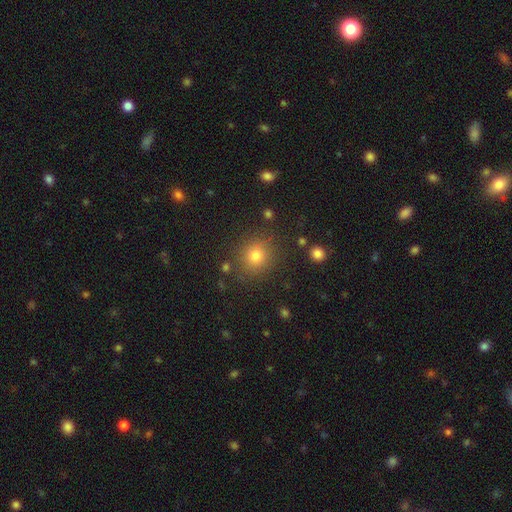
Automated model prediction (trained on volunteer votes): A smooth galaxy with no disk features (76%) that is round (86%).

Vote fractions:
- Smooth or featured? smooth: 76% / star or artifact: 16% / featured or disk: 7%
- How rounded? round: 86% / in between: 13% / cigar-shaped: 1%
- Merging? none: 86% / minor disturbance: 8% / major disturbance: 3% / merger: 3%